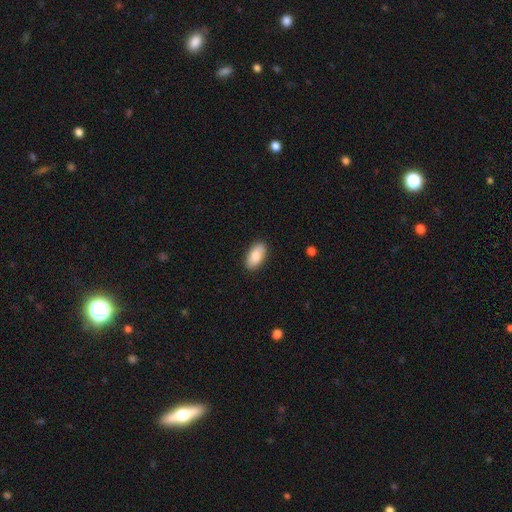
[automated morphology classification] Smooth or featured?
  - smooth: 86% *
  - featured or disk: 8%
  - star or artifact: 6%
How rounded?
  - in between: 93% *
  - cigar-shaped: 4%
  - round: 3%
Merging?
  - none: 88% *
  - minor disturbance: 9%
  - major disturbance: 2%
  - merger: 1%